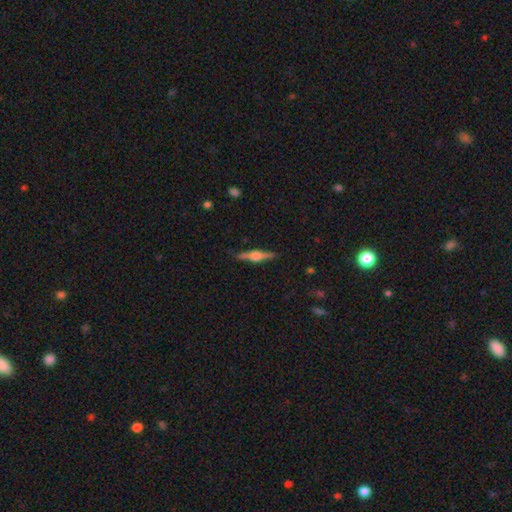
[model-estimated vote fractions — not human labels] Overall: featured or disk (73%). Edge-on disk: yes (98%). Edge-on bulge: rounded (90%). Merging: none (88%).